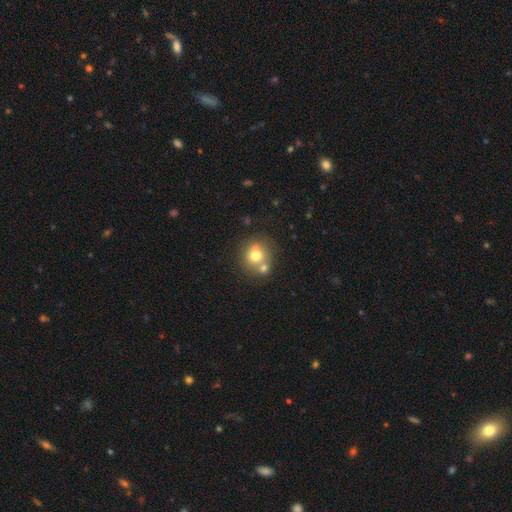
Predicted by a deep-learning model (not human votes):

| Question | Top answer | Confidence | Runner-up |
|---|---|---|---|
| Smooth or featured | smooth | 72% | featured or disk (18%) |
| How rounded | round | 82% | in between (17%) |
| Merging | none | 49% | merger (36%) |